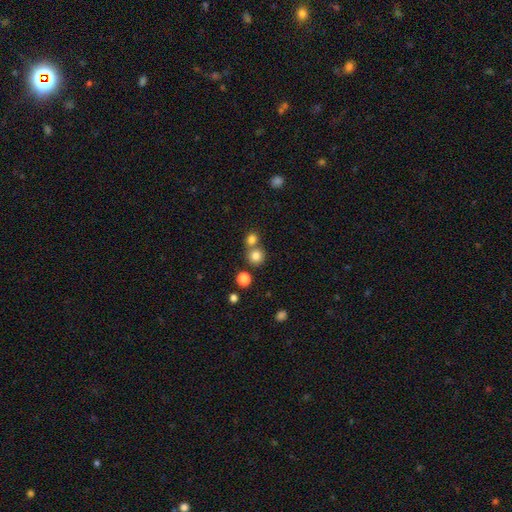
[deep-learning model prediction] This appears to be a smooth galaxy with no disk features (80%) that is round (91%). Merging: none (61%).